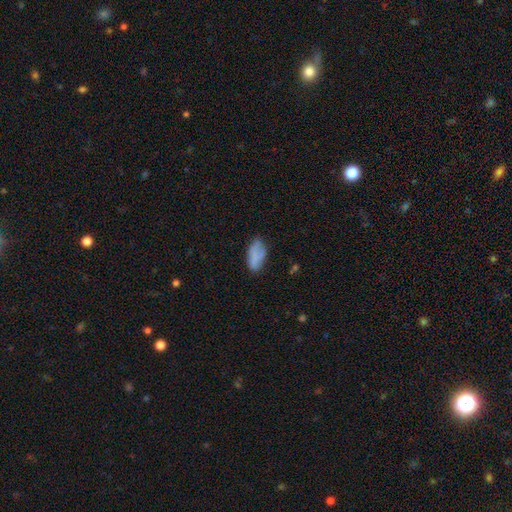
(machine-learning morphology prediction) Smooth or featured? smooth (77%)
How rounded? in between (92%)
Merging? none (62%)